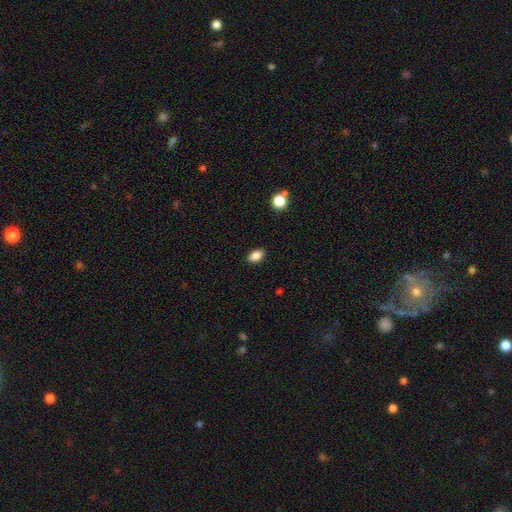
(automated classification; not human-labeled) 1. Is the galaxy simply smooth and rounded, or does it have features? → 86% smooth, 9% star or artifact, 4% featured or disk.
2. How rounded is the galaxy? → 87% in between, 11% round, 2% cigar-shaped.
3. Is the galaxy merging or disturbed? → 89% none, 8% minor disturbance, 2% major disturbance, 1% merger.